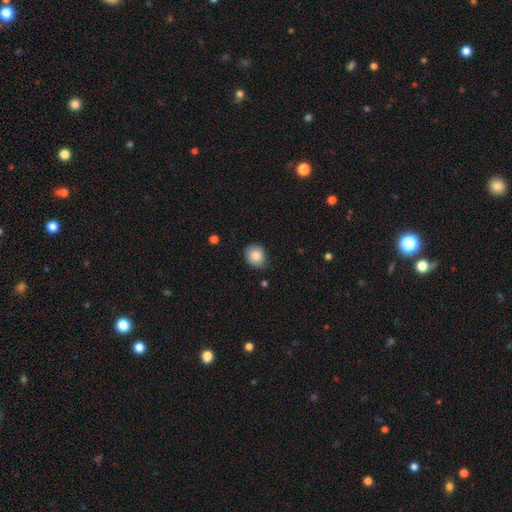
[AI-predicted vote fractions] A smooth galaxy with no disk features (85%) that is round (70%).

Vote fractions:
- Smooth or featured? smooth: 85% / star or artifact: 8% / featured or disk: 7%
- How rounded? round: 70% / in between: 29% / cigar-shaped: 1%
- Merging? none: 74% / minor disturbance: 21% / major disturbance: 3% / merger: 1%